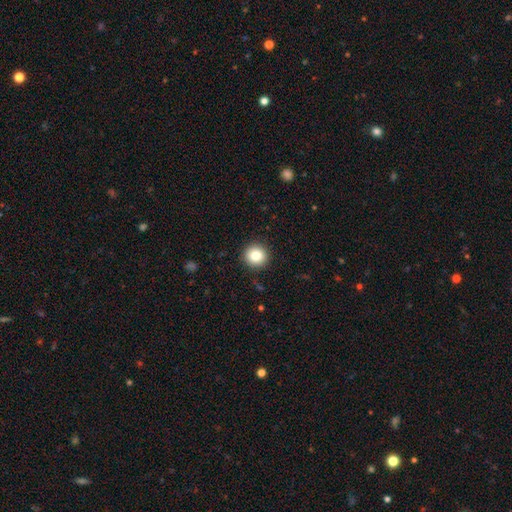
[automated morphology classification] smooth 83%, star or artifact 10%, featured or disk 7%. Down the decision tree: how rounded — round (95%); merging — none (92%).